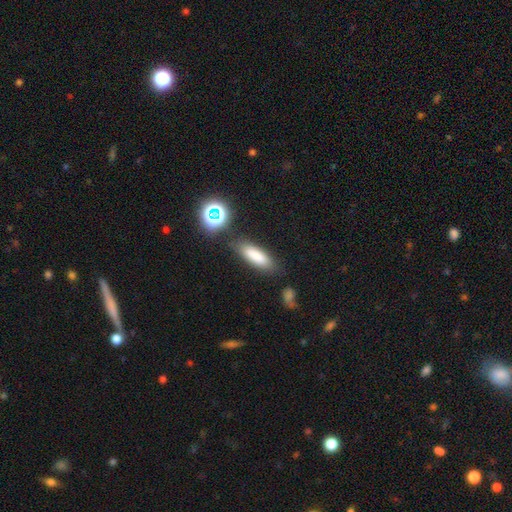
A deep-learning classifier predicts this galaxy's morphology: Smooth or featured? smooth (81%)
How rounded? in between (57%)
Merging? none (78%)